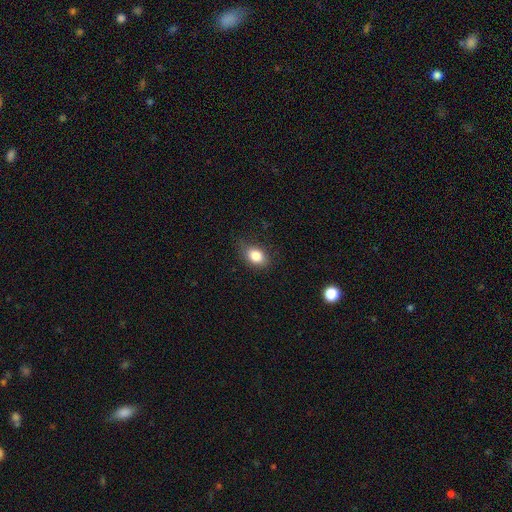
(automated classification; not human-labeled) The model was most divided on "how rounded": in between: 77%, round: 21%, cigar-shaped: 2%. More confident: smooth or featured — smooth (83%); merging — none (76%).